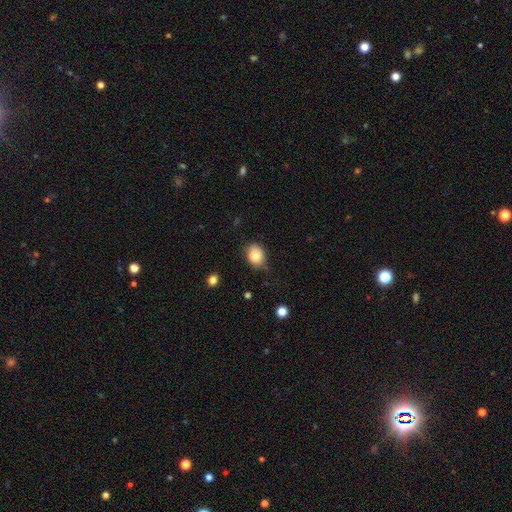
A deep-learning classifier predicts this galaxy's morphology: smooth 80%, featured or disk 11%, star or artifact 9%. Down the decision tree: how rounded — round (50%); merging — none (72%).